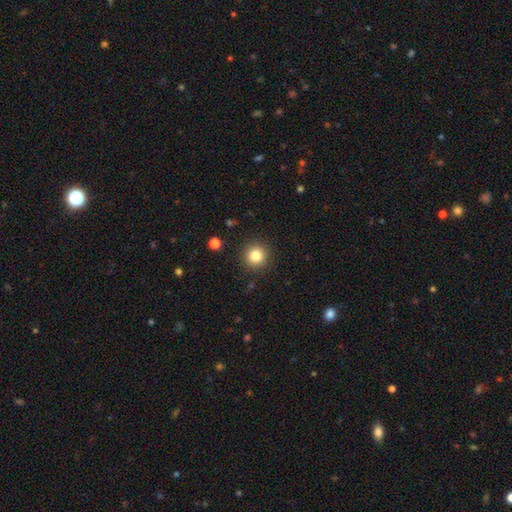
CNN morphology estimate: smooth_or_featured: smooth (p=0.82) [alt: star or artifact p=0.11]
how_rounded: round (p=0.95) [alt: in between p=0.04]
merging: none (p=0.91) [alt: minor disturbance p=0.06]